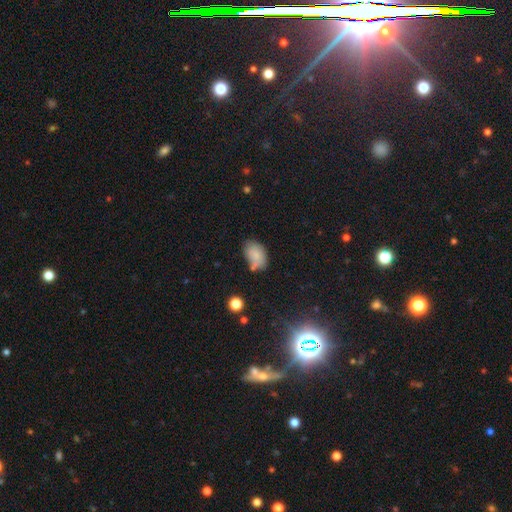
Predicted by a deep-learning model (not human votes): smooth 81%, featured or disk 10%, star or artifact 9%. Down the decision tree: how rounded — in between (88%); merging — none (61%).